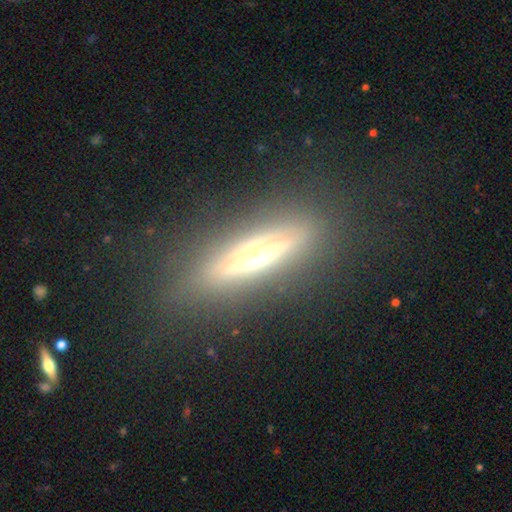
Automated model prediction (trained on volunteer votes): Morphology: type=featured or disk (73%); edge-on=yes (92%); edge-on bulge=rounded (77%); merging=none (82%).